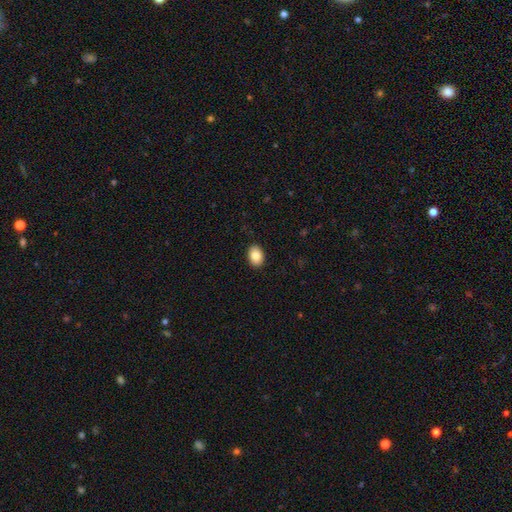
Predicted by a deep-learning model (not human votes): smooth-or-featured: smooth: 86% | star or artifact: 8% | featured or disk: 7%
  how-rounded: in between: 79% | round: 20% | cigar-shaped: 1%
  merging: none: 91% | minor disturbance: 7% | major disturbance: 2% | merger: 1%